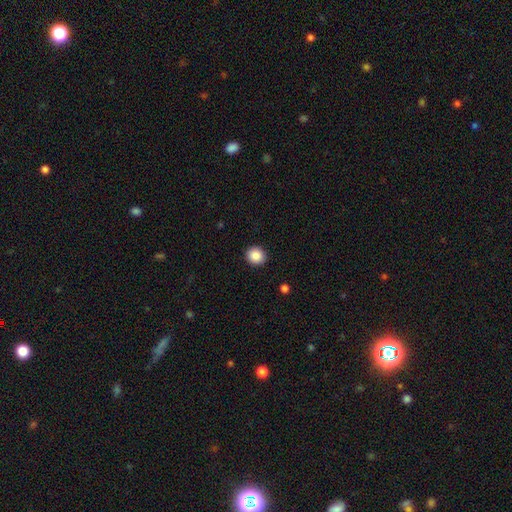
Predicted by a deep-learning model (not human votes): Smooth or featured: smooth — 87% (star or artifact — 9%)
How rounded: round — 88% (in between — 11%)
Merging: none — 92% (minor disturbance — 5%)